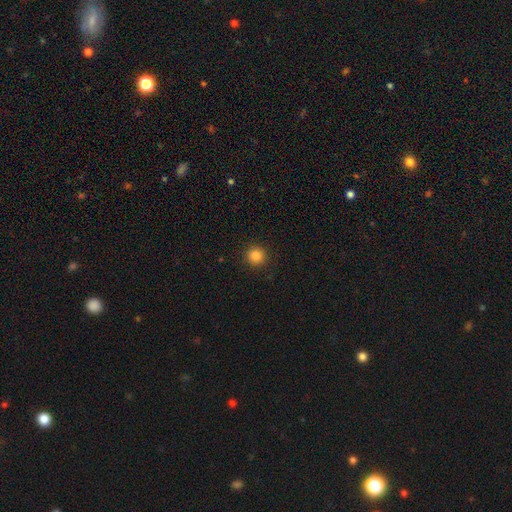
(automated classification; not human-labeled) Smooth or featured?
  - smooth: 84% *
  - star or artifact: 12%
  - featured or disk: 4%
How rounded?
  - round: 95% *
  - in between: 4%
  - cigar-shaped: 1%
Merging?
  - none: 93% *
  - minor disturbance: 5%
  - major disturbance: 2%
  - merger: 1%